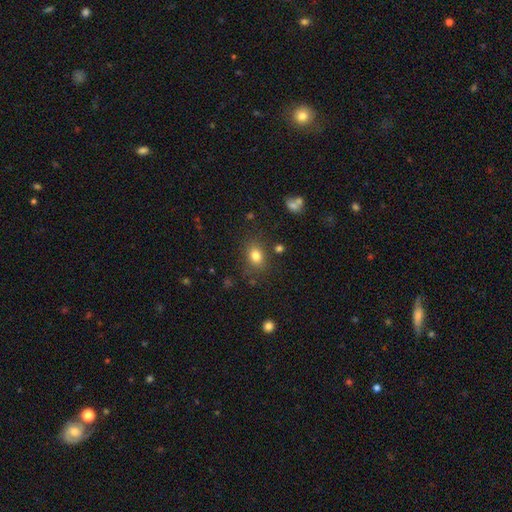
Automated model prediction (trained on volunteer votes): Smooth or featured: smooth — 80% (star or artifact — 12%)
How rounded: in between — 62% (round — 37%)
Merging: none — 79% (minor disturbance — 13%)